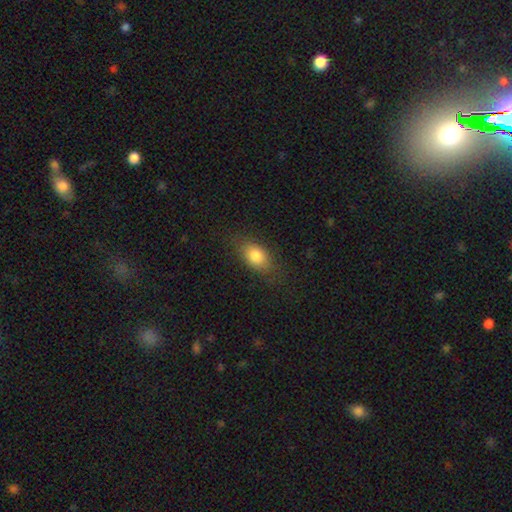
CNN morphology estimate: Smooth or featured? smooth (82%)
How rounded? in between (85%)
Merging? none (77%)